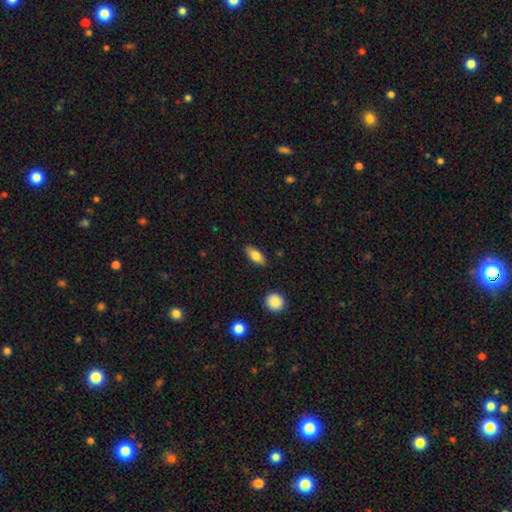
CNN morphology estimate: smooth 75%, featured or disk 18%, star or artifact 7%. Down the decision tree: how rounded — in between (79%); merging — none (87%).